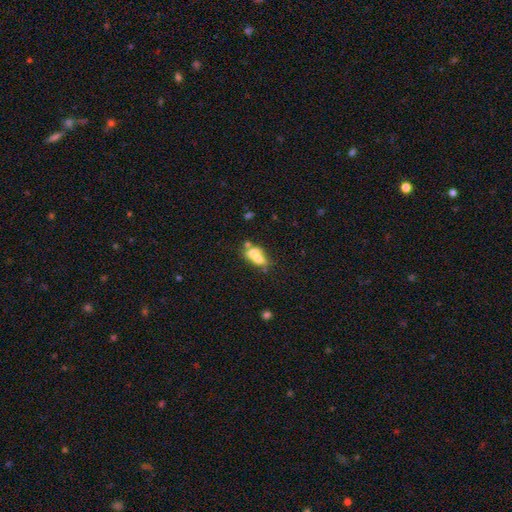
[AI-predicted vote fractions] Q: Smooth or featured?
A: smooth (59%); runner-up: featured or disk (30%)
Q: How rounded?
A: in between (66%); runner-up: round (27%)
Q: Merging?
A: merger (58%); runner-up: none (25%)